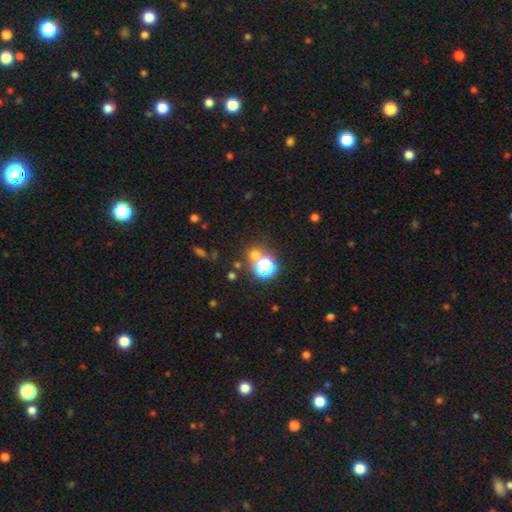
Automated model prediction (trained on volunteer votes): Overall: smooth (56%; star or artifact 36%). How rounded: round (87%). Merging: none (65%).